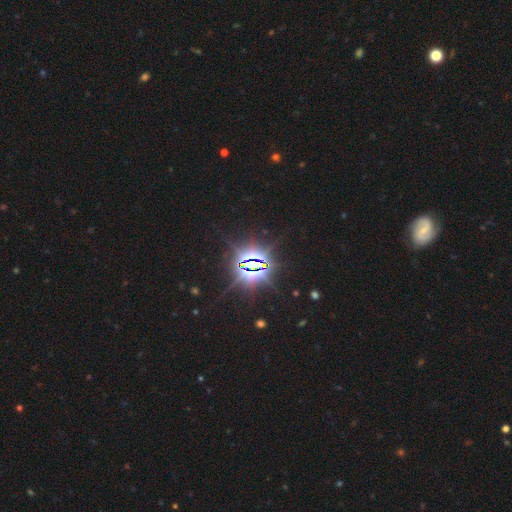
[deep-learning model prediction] The model was most divided on "smooth or featured": star or artifact: 85%, featured or disk: 8%, smooth: 7%.